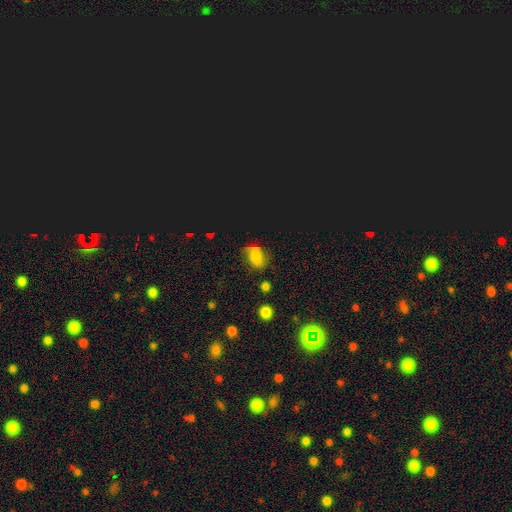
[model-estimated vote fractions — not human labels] This is marginally a smooth galaxy (44%). Merging: possibly none (56%).